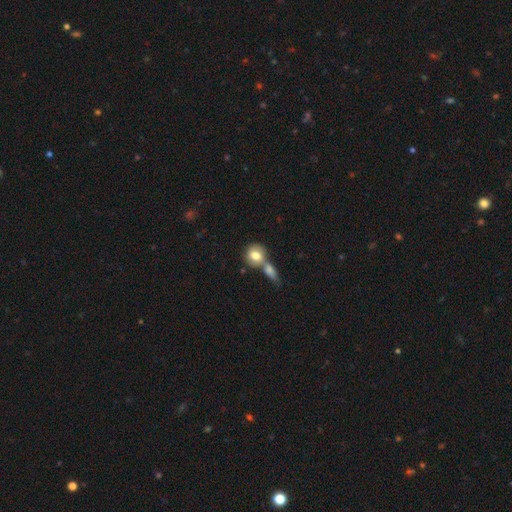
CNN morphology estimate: type=smooth (78%); roundness=round (71%); merging=merger (52%).